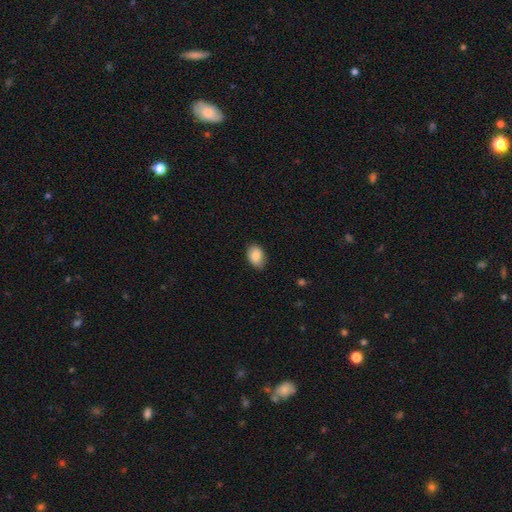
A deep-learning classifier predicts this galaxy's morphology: smooth_or_featured: smooth (p=0.85) [alt: featured or disk p=0.07]
how_rounded: in between (p=0.83) [alt: round p=0.16]
merging: none (p=0.82) [alt: minor disturbance p=0.14]